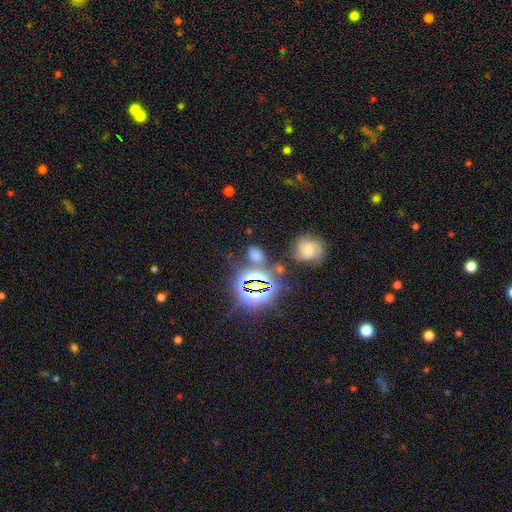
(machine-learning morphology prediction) smooth-or-featured: smooth: 44% | star or artifact: 42% | featured or disk: 13%
  merging: none: 65% | minor disturbance: 16% | merger: 10% | major disturbance: 9%